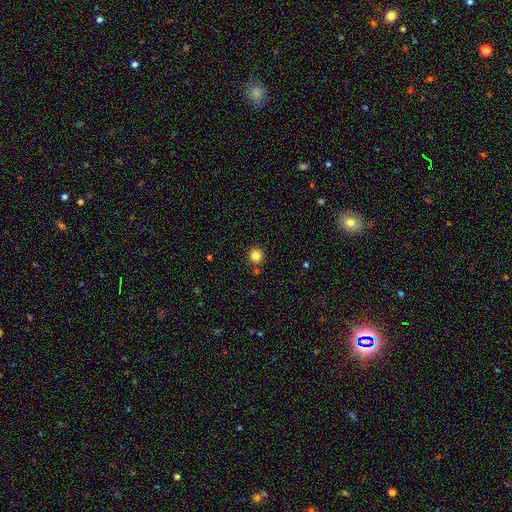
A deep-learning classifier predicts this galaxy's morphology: Smooth or featured?
  - smooth: 84% *
  - star or artifact: 12%
  - featured or disk: 5%
How rounded?
  - round: 93% *
  - in between: 6%
  - cigar-shaped: 1%
Merging?
  - none: 87% *
  - minor disturbance: 7%
  - merger: 5%
  - major disturbance: 2%